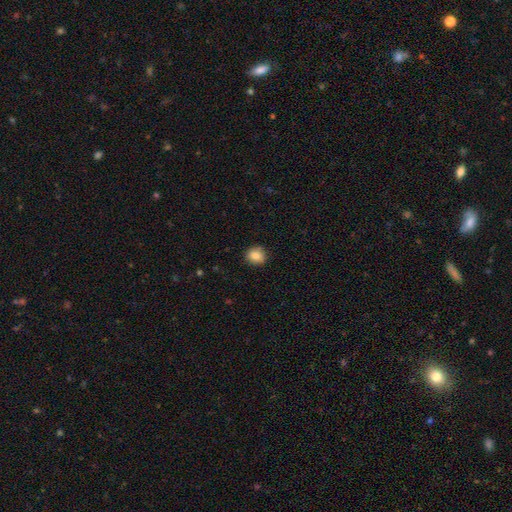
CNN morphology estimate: smooth 85%, star or artifact 9%, featured or disk 6%. Down the decision tree: how rounded — round (75%); merging — none (86%).